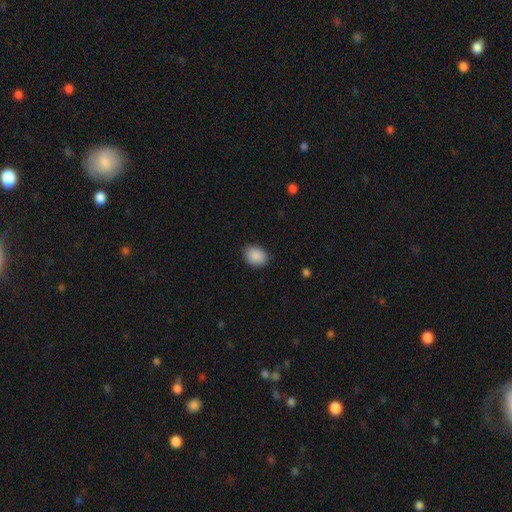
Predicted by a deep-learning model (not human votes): Smooth or featured: smooth — 90% (star or artifact — 7%)
How rounded: in between — 65% (round — 34%)
Merging: none — 85% (minor disturbance — 11%)